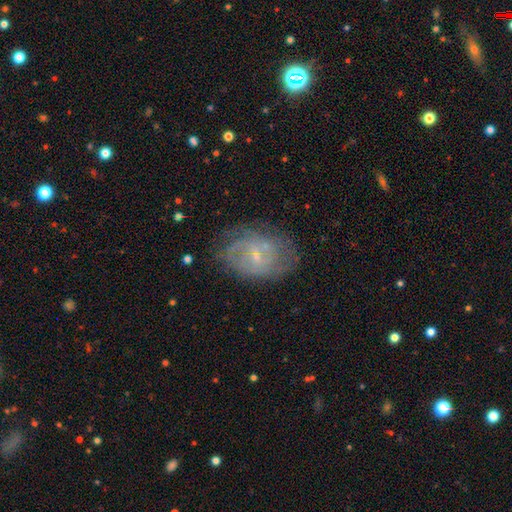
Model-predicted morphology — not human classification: Smooth or featured? featured or disk (65%)
Edge-on disk? no (97%)
Bar? no (59%)
Spiral arms? yes (67%)
Bulge size? small (79%)
Merging? none (62%)